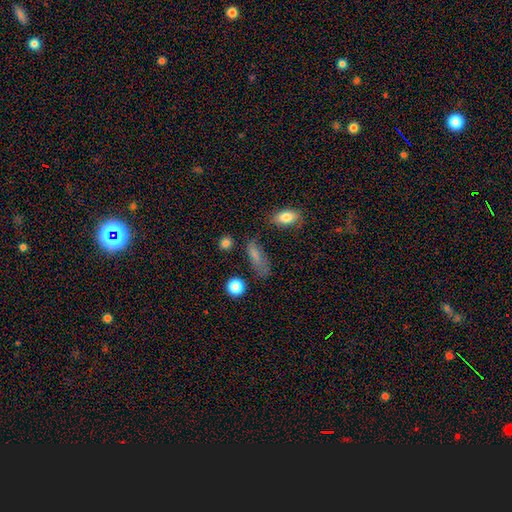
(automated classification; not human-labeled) Smooth or featured? smooth (75%)
How rounded? in between (58%)
Merging? none (58%)